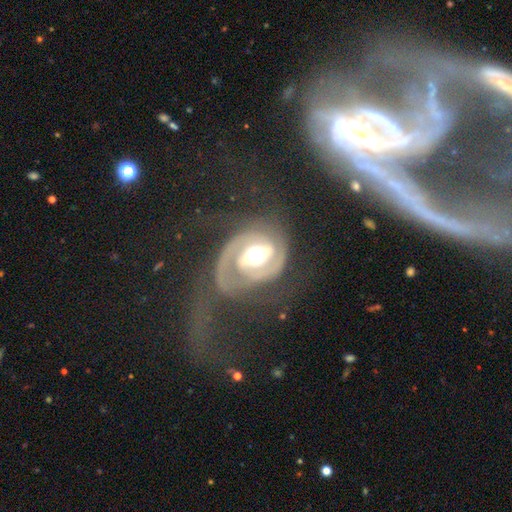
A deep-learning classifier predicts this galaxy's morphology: Q: Smooth or featured?
A: featured or disk (89%); runner-up: smooth (6%)
Q: Edge-on disk?
A: no (98%); runner-up: yes (2%)
Q: Bar?
A: strong (37%); runner-up: weak (36%)
Q: Spiral arms?
A: yes (95%); runner-up: no (5%)
Q: Spiral winding?
A: tight (46%); runner-up: medium (43%)
Q: Spiral arm count?
A: 2 (78%); runner-up: 1 (9%)
Q: Bulge size?
A: moderate (51%); runner-up: large (38%)
Q: Merging?
A: none (54%); runner-up: major disturbance (25%)